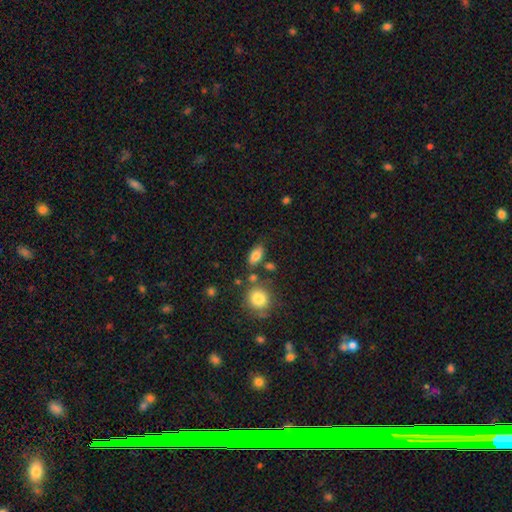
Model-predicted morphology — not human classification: Q: Smooth or featured?
A: smooth (81%); runner-up: featured or disk (10%)
Q: How rounded?
A: in between (87%); runner-up: round (8%)
Q: Merging?
A: none (74%); runner-up: minor disturbance (13%)